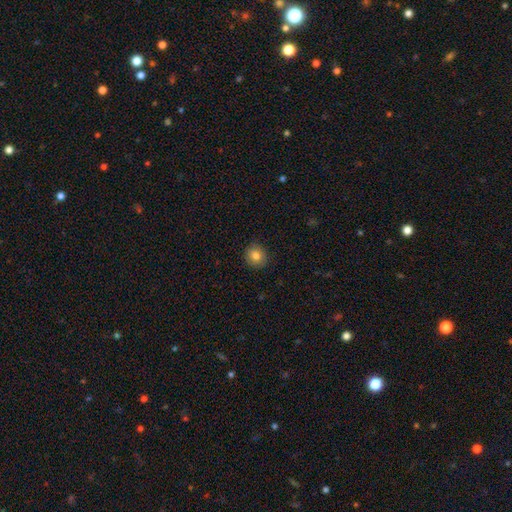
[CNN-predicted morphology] smooth_or_featured: smooth (p=0.83) [alt: star or artifact p=0.10]
how_rounded: round (p=0.87) [alt: in between p=0.12]
merging: none (p=0.89) [alt: minor disturbance p=0.08]